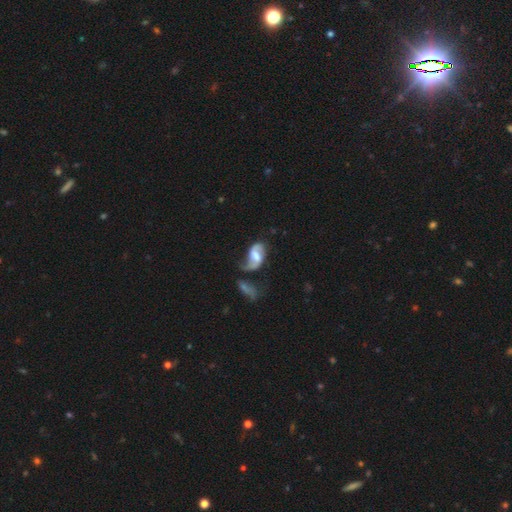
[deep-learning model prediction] Smooth or featured: featured or disk — 76% (smooth — 17%)
Edge-on disk: no — 97% (yes — 3%)
Bar: weak — 49% (no — 26%)
Spiral arms: yes — 90% (no — 10%)
Spiral winding: loose — 56% (medium — 34%)
Spiral arm count: 2 — 83% (1 — 9%)
Bulge size: moderate — 44% (small — 21%)
Merging: none — 42% (minor disturbance — 22%)